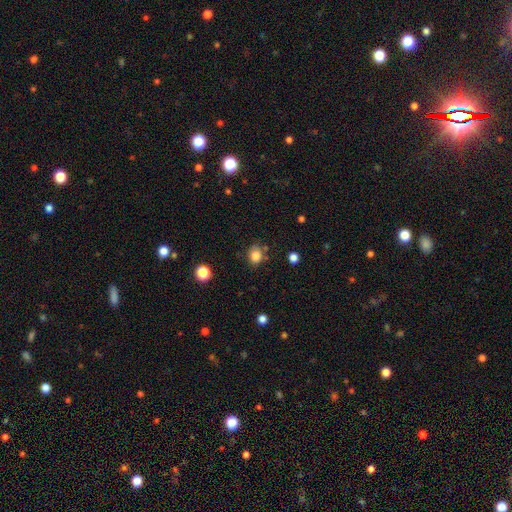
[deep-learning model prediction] smooth_or_featured: smooth (p=0.83) [alt: star or artifact p=0.12]
how_rounded: round (p=0.61) [alt: in between p=0.38]
merging: none (p=0.74) [alt: minor disturbance p=0.16]